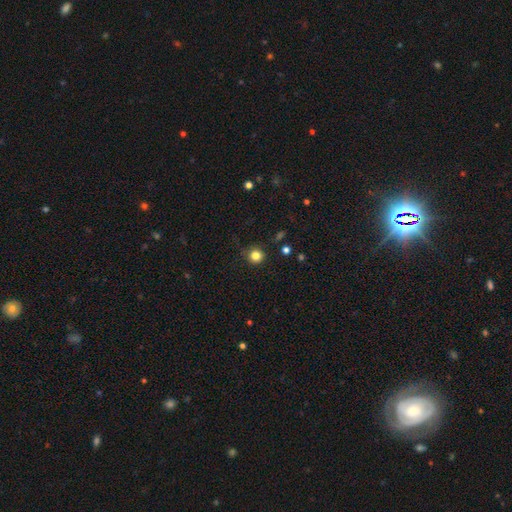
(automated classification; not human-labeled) Morphology: type=smooth (83%); roundness=round (93%); merging=none (87%).